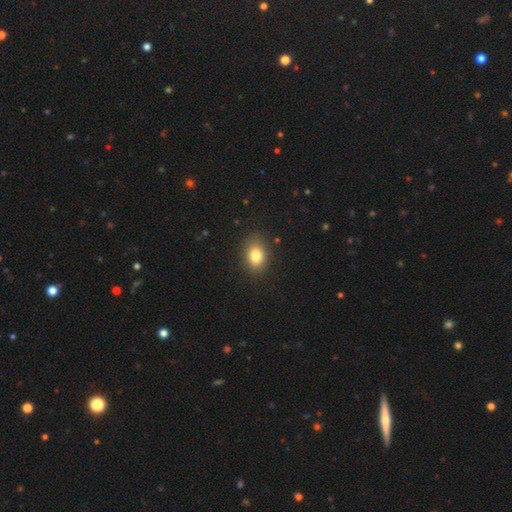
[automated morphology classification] type=smooth (82%); roundness=in between (68%); merging=none (86%).